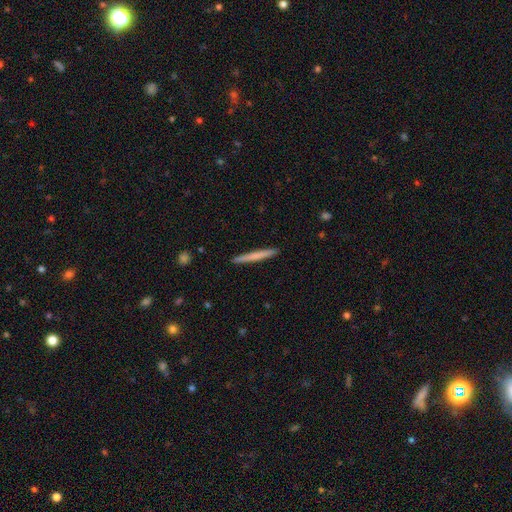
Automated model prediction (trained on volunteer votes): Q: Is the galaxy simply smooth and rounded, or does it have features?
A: smooth — 64%.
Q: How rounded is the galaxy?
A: cigar-shaped — 97%.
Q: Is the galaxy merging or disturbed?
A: none — 92%.